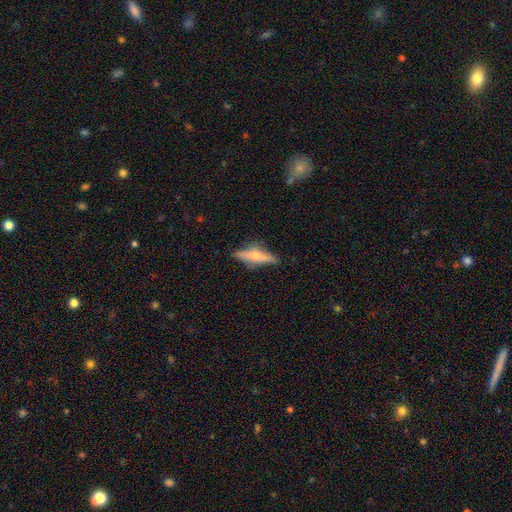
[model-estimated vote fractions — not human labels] Smooth or featured? Predicted: featured or disk (p=0.52). Edge-on disk? Predicted: yes (p=0.89). Merging? Predicted: none (p=0.77).